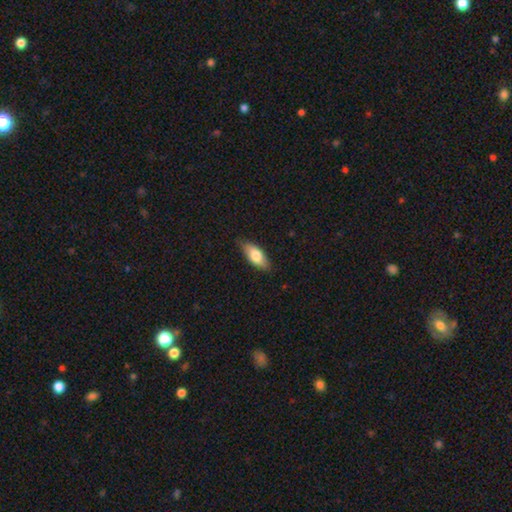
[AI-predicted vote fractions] smooth 77%, featured or disk 17%, star or artifact 6%. Down the decision tree: how rounded — in between (83%); merging — none (82%).